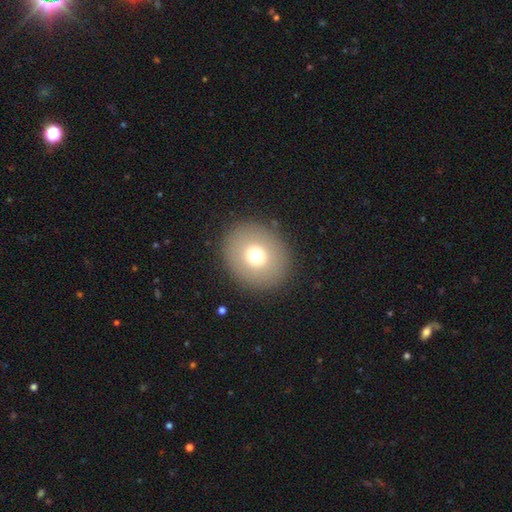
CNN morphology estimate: type=smooth (72%); roundness=round (81%); merging=none (89%).